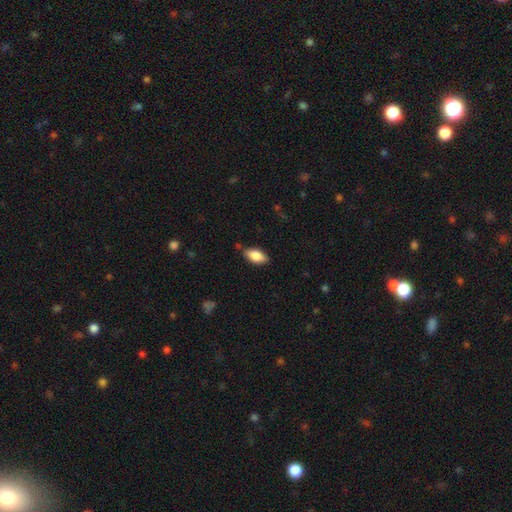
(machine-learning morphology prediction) Smooth or featured?
  - smooth: 84% *
  - featured or disk: 10%
  - star or artifact: 7%
How rounded?
  - in between: 91% *
  - cigar-shaped: 6%
  - round: 3%
Merging?
  - none: 80% *
  - minor disturbance: 15%
  - major disturbance: 3%
  - merger: 2%